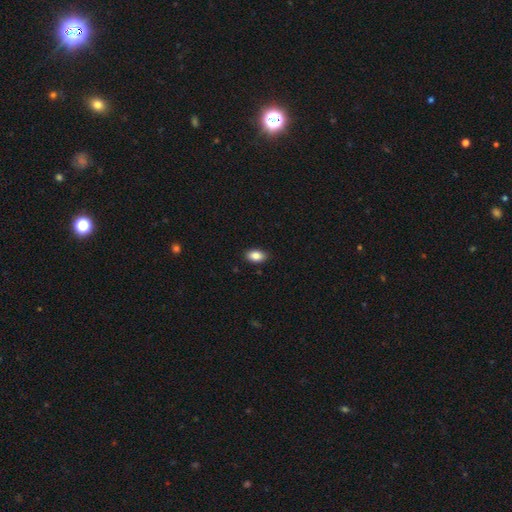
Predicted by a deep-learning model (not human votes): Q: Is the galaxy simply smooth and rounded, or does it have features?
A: smooth — 87%.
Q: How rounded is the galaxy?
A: in between — 90%.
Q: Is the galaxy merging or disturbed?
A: none — 88%.